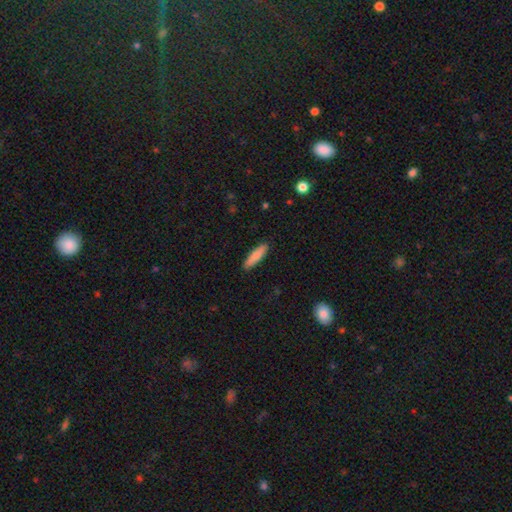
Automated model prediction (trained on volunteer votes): This is clearly a smooth galaxy (80%). How rounded: likely cigar-shaped (75%). Merging: clearly none (90%).